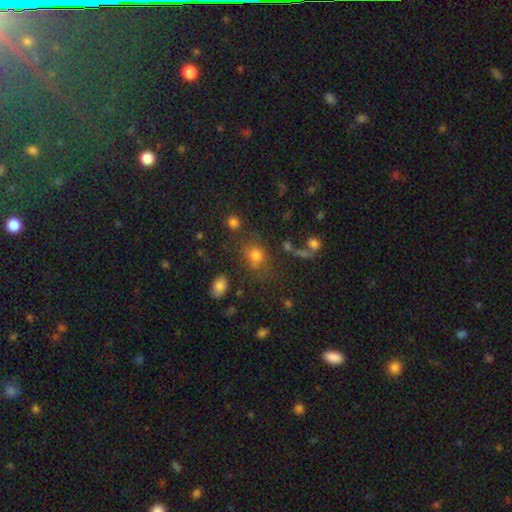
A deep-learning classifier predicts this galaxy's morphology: Smooth or featured? Predicted: smooth (p=0.72). How rounded? Predicted: in between (p=0.49, tied with round). Merging? Predicted: none (p=0.65).